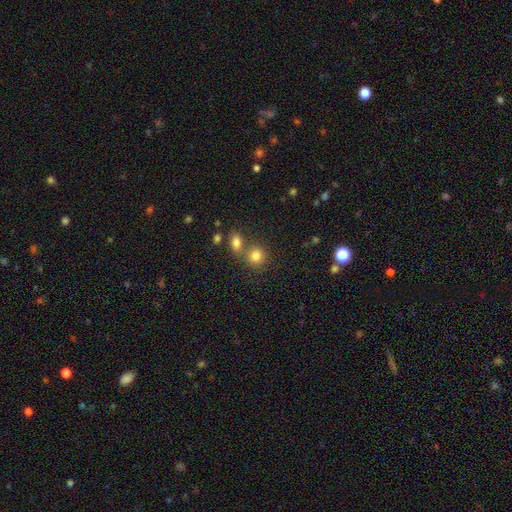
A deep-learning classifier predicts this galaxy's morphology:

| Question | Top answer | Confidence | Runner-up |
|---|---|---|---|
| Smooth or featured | smooth | 81% | star or artifact (12%) |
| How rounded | round | 78% | in between (21%) |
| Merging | none | 51% | merger (37%) |